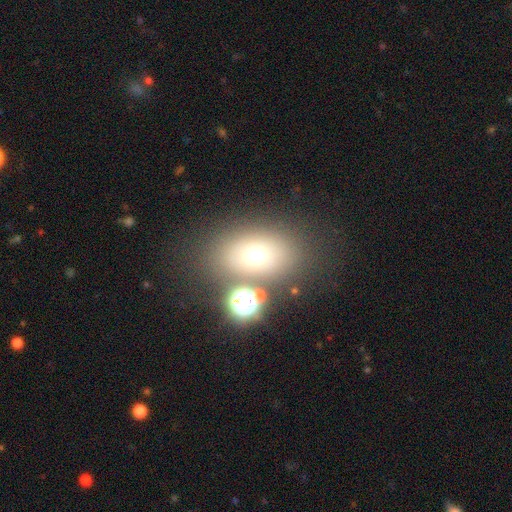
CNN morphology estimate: smooth-or-featured: smooth: 66% | star or artifact: 17% | featured or disk: 17%
  how-rounded: in between: 74% | round: 25% | cigar-shaped: 1%
  merging: none: 69% | merger: 13% | minor disturbance: 12% | major disturbance: 6%